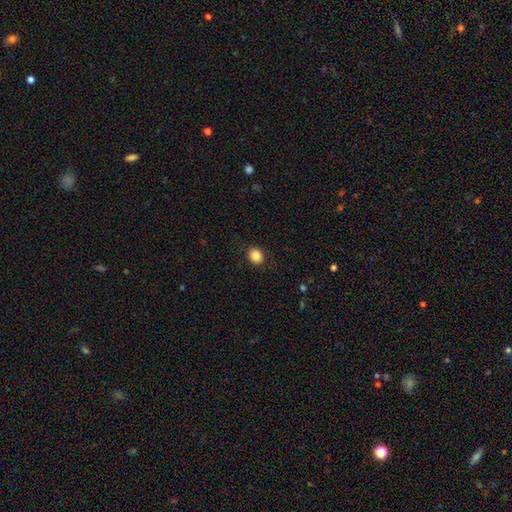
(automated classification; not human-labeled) Q: Smooth or featured?
A: smooth (85%); runner-up: star or artifact (10%)
Q: How rounded?
A: round (67%); runner-up: in between (32%)
Q: Merging?
A: none (88%); runner-up: minor disturbance (9%)